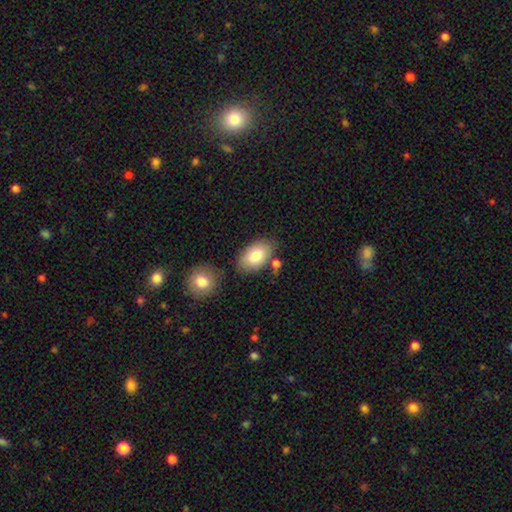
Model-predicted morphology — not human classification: smooth 80%, featured or disk 13%, star or artifact 7%. Down the decision tree: how rounded — in between (91%); merging — none (74%).